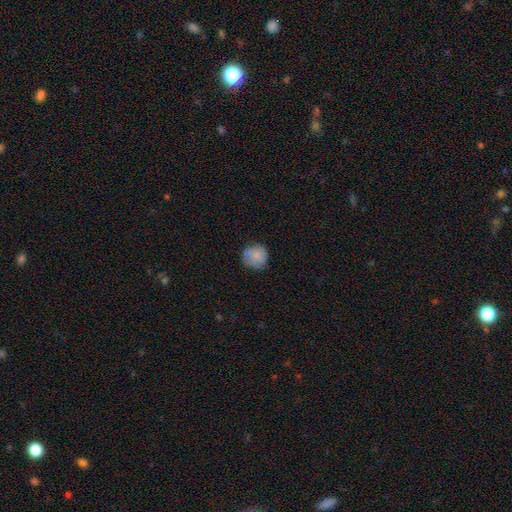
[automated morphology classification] smooth 78%, featured or disk 14%, star or artifact 8%. Down the decision tree: how rounded — round (90%); merging — none (68%).